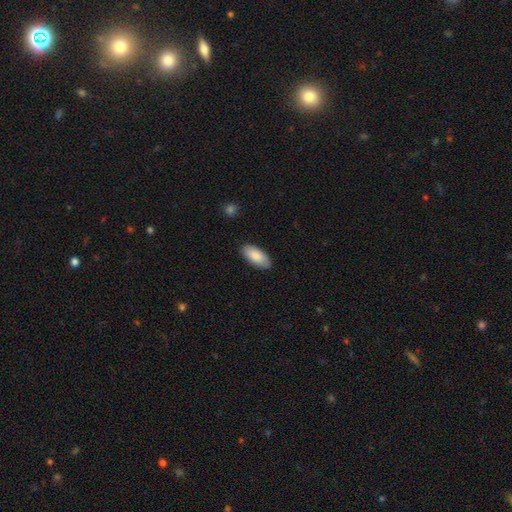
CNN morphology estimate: Q: Smooth or featured?
A: smooth (85%); runner-up: featured or disk (9%)
Q: How rounded?
A: in between (90%); runner-up: cigar-shaped (8%)
Q: Merging?
A: none (87%); runner-up: minor disturbance (9%)